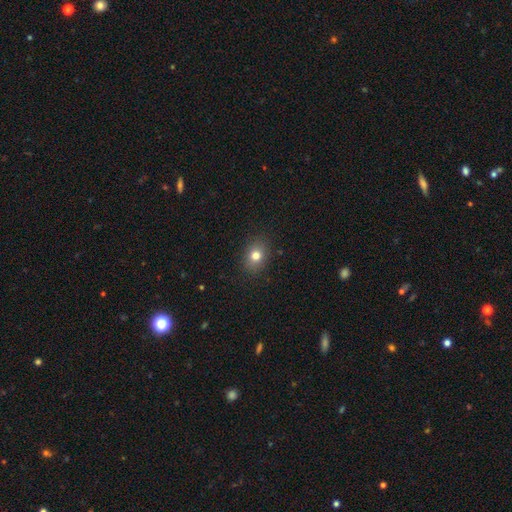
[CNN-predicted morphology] Smooth or featured: smooth — 78% (star or artifact — 12%)
How rounded: in between — 50% (round — 49%)
Merging: none — 88% (minor disturbance — 9%)